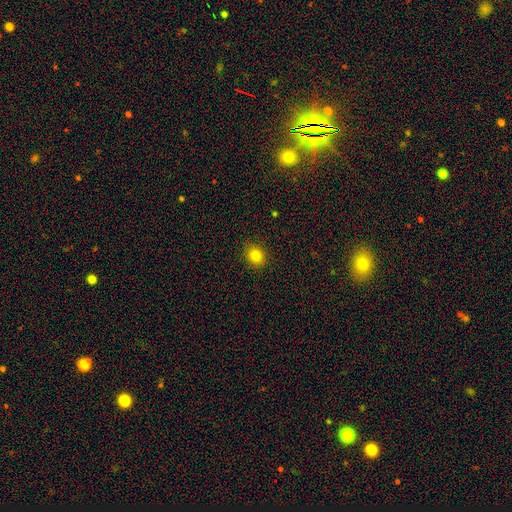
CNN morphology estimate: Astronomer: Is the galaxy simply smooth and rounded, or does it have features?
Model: smooth — 82%.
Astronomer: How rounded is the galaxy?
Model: round — 65%.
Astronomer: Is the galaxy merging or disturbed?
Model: none — 89%.